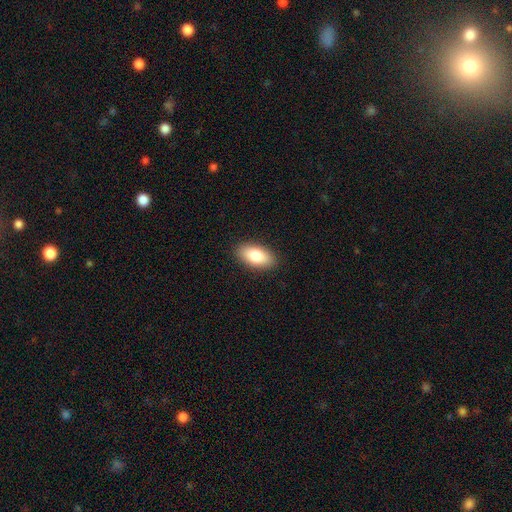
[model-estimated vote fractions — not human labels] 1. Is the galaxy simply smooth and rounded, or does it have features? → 82% smooth, 11% featured or disk, 7% star or artifact.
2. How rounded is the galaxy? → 92% in between, 5% cigar-shaped, 3% round.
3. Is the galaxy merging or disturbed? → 89% none, 8% minor disturbance, 2% major disturbance, 1% merger.